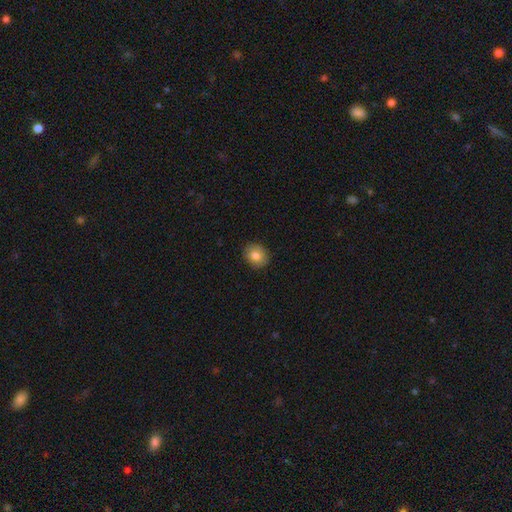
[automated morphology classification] smooth_or_featured: smooth (p=0.82) [alt: featured or disk p=0.09]
how_rounded: round (p=0.69) [alt: in between p=0.30]
merging: none (p=0.89) [alt: minor disturbance p=0.08]